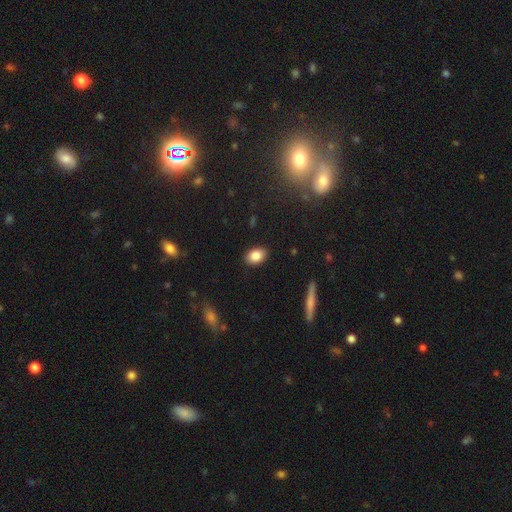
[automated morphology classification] smooth_or_featured: smooth (p=0.85) [alt: star or artifact p=0.08]
how_rounded: in between (p=0.84) [alt: round p=0.15]
merging: none (p=0.89) [alt: minor disturbance p=0.08]